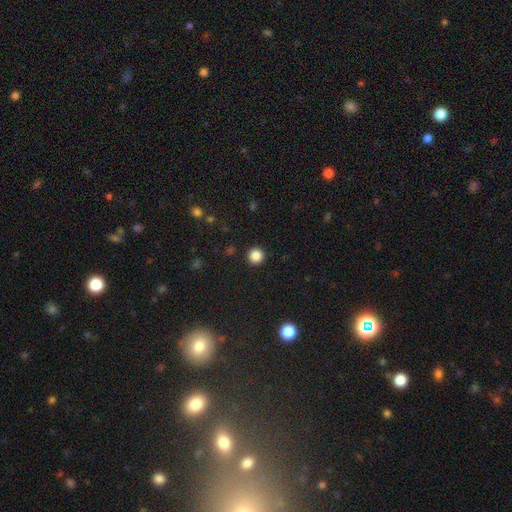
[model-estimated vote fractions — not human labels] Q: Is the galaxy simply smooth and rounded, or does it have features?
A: smooth — 85%.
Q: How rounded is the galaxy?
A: round — 96%.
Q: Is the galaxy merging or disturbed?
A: none — 93%.